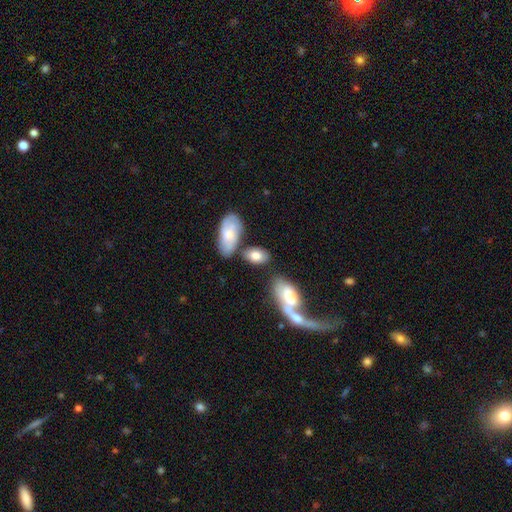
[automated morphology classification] A smooth galaxy with no disk features (75%) that is in between round and cigar-shaped (90%). Merging: none (63%).